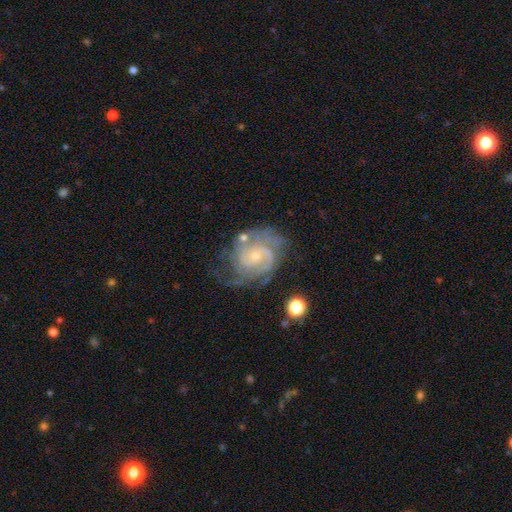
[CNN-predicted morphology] Q: Smooth or featured?
A: featured or disk (87%); runner-up: smooth (6%)
Q: Edge-on disk?
A: no (98%); runner-up: yes (2%)
Q: Bar?
A: no (66%); runner-up: weak (29%)
Q: Spiral arms?
A: yes (96%); runner-up: no (4%)
Q: Spiral winding?
A: tight (57%); runner-up: medium (35%)
Q: Spiral arm count?
A: 2 (46%); runner-up: can't tell (22%)
Q: Bulge size?
A: small (69%); runner-up: moderate (27%)
Q: Merging?
A: none (58%); runner-up: minor disturbance (23%)